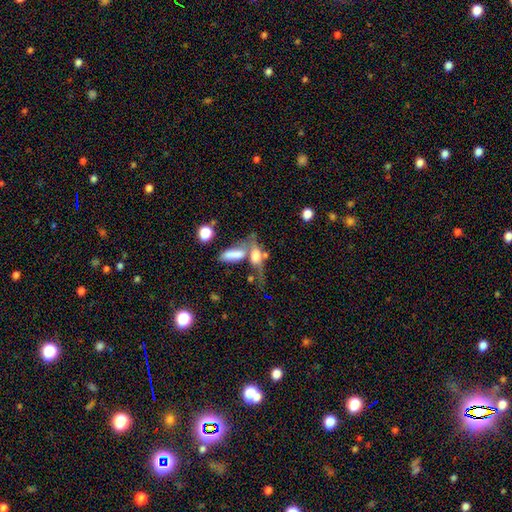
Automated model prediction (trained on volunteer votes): smooth-or-featured: smooth: 56% | featured or disk: 32% | star or artifact: 12%
  how-rounded: in between: 68% | cigar-shaped: 24% | round: 9%
  merging: merger: 53% | none: 19% | major disturbance: 17% | minor disturbance: 10%